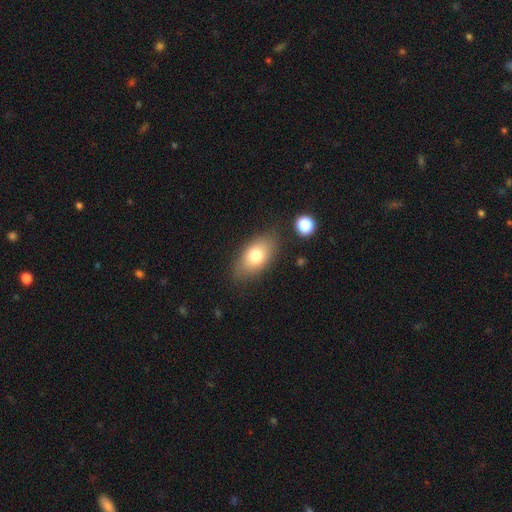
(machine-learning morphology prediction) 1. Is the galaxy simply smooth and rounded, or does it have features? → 76% smooth, 16% featured or disk, 8% star or artifact.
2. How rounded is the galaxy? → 89% in between, 7% round, 4% cigar-shaped.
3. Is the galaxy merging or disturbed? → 78% none, 15% minor disturbance, 4% major disturbance, 3% merger.